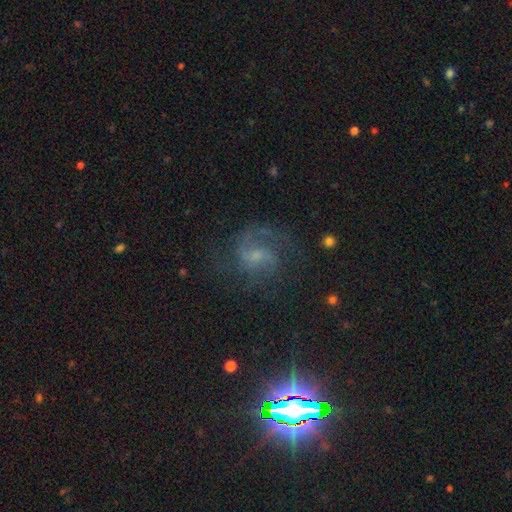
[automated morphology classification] This appears to be a featured or disk galaxy (72%) with a weak bar (48%), 2 (55%) medium (54%) spiral arms (92%) and a small central bulge (52%). Merging: none (63%).